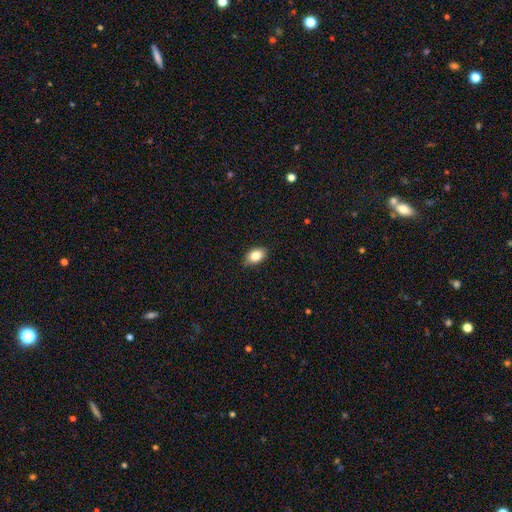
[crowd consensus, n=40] smooth 82%, featured or disk 12%, star or artifact 5%. Down the decision tree: how rounded — in between (91%); merging — none (89%).